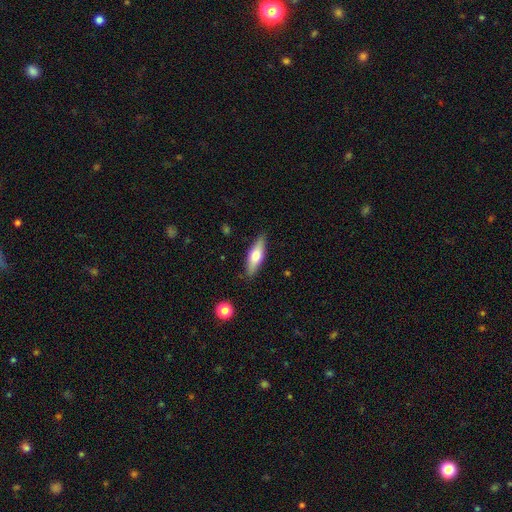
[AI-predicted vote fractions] This is possibly a smooth galaxy (60%). How rounded: possibly cigar-shaped (51%). Merging: clearly none (87%).